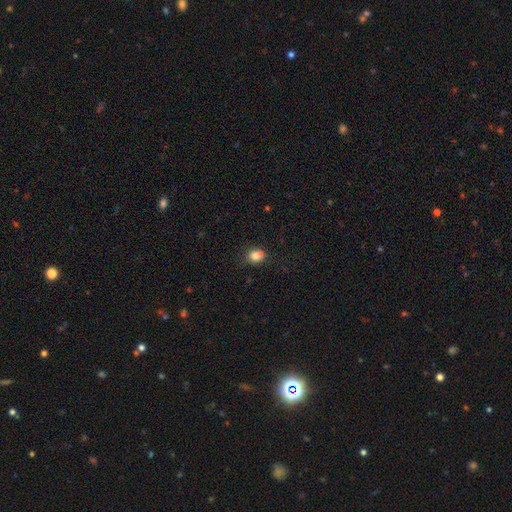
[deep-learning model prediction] Smooth or featured? smooth (78%)
How rounded? round (63%)
Merging? none (57%)